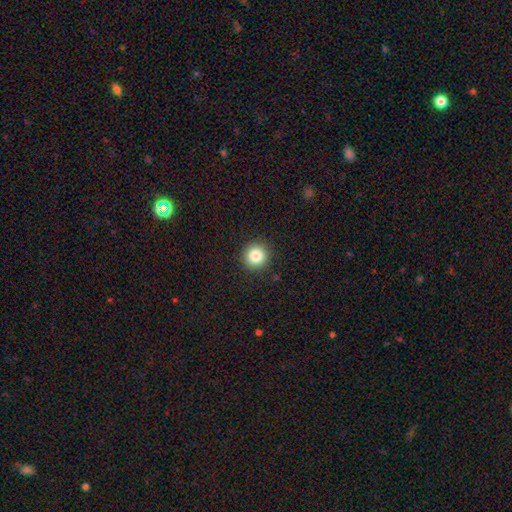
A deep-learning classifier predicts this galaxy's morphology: smooth_or_featured: smooth (p=0.84) [alt: star or artifact p=0.11]
how_rounded: round (p=0.95) [alt: in between p=0.04]
merging: none (p=0.92) [alt: minor disturbance p=0.05]